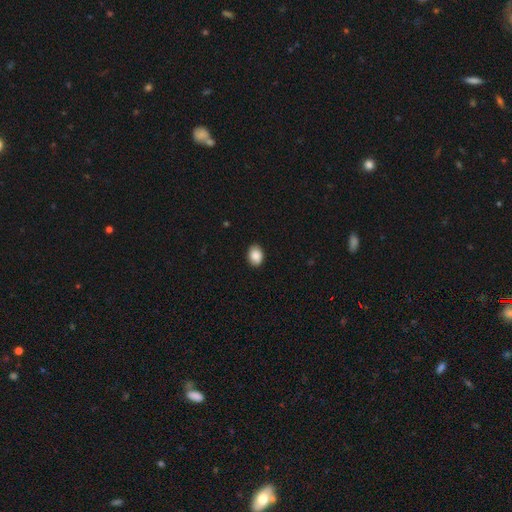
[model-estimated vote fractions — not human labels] smooth 88%, star or artifact 7%, featured or disk 5%. Down the decision tree: how rounded — in between (69%); merging — none (88%).